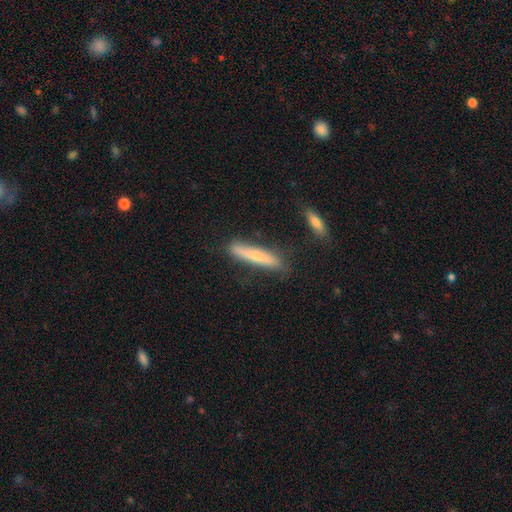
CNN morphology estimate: smooth 59%, featured or disk 34%, star or artifact 7%. Down the decision tree: how rounded — cigar-shaped (90%); merging — none (79%).